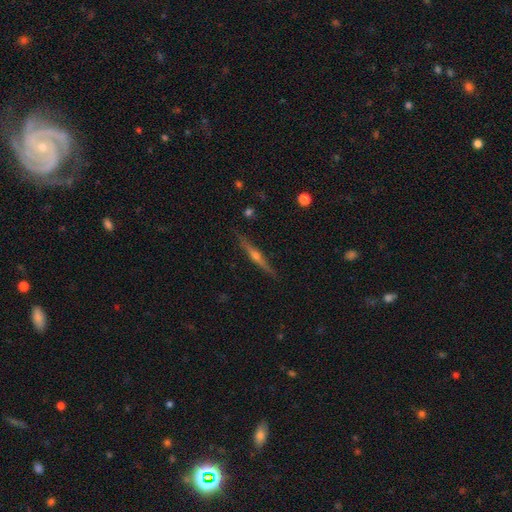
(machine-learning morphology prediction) smooth_or_featured: featured or disk (p=0.78) [alt: smooth p=0.16]
disk_edge_on: yes (p=0.98) [alt: no p=0.02]
edge_on_bulge: rounded (p=0.90) [alt: none p=0.07]
merging: none (p=0.90) [alt: minor disturbance p=0.07]